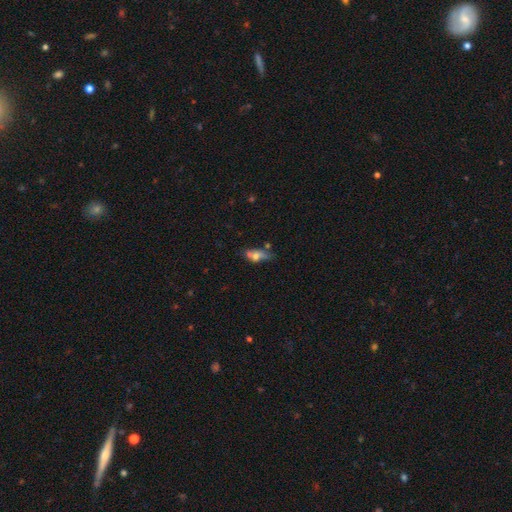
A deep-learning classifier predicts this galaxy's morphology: type=smooth (55%); roundness=in between (71%); merging=none (44%).